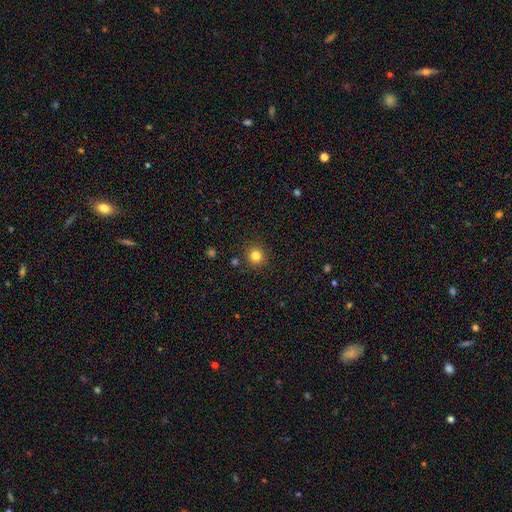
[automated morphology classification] smooth-or-featured: smooth: 82% | star or artifact: 13% | featured or disk: 6%
  how-rounded: round: 93% | in between: 6% | cigar-shaped: 1%
  merging: none: 89% | minor disturbance: 7% | merger: 2% | major disturbance: 2%